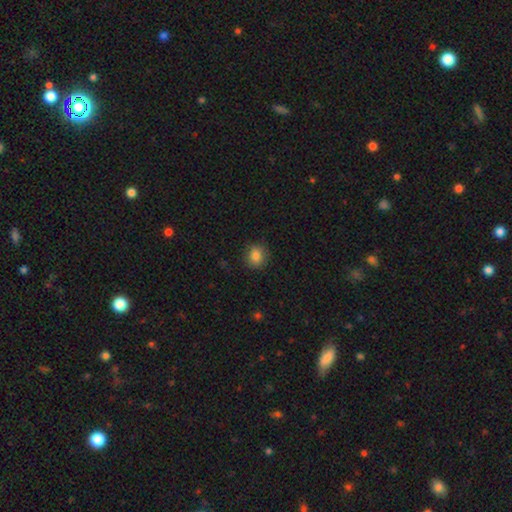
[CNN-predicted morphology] The model was most divided on "how rounded": round: 75%, in between: 24%, cigar-shaped: 1%. More confident: merging — none (85%); smooth or featured — smooth (84%).